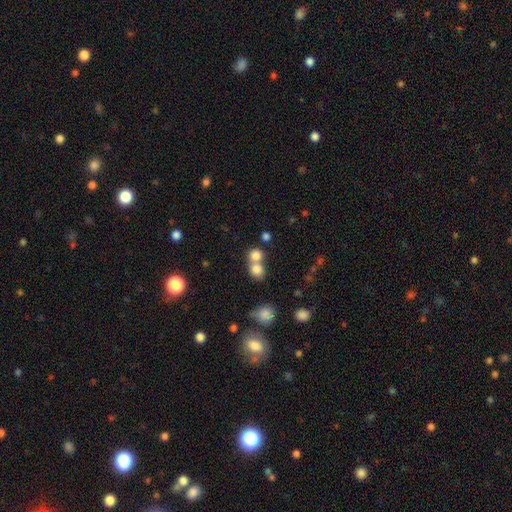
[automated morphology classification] Smooth or featured?
  - smooth: 80% *
  - star or artifact: 11%
  - featured or disk: 9%
How rounded?
  - round: 80% *
  - in between: 18%
  - cigar-shaped: 1%
Merging?
  - merger: 55% *
  - none: 37%
  - minor disturbance: 5%
  - major disturbance: 3%